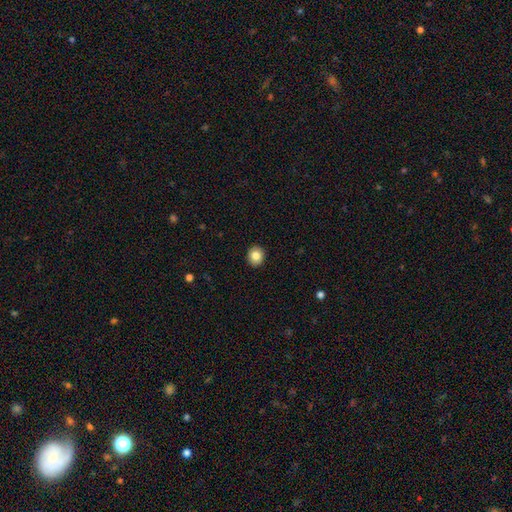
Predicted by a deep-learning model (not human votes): smooth_or_featured: smooth (p=0.84) [alt: star or artifact p=0.09]
how_rounded: round (p=0.77) [alt: in between p=0.23]
merging: none (p=0.92) [alt: minor disturbance p=0.05]